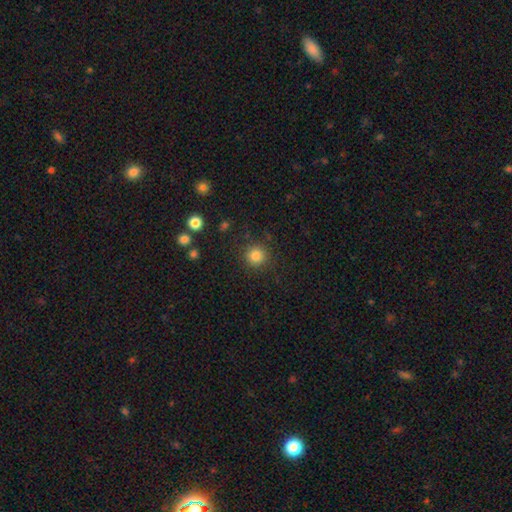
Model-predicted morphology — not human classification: This is clearly a smooth galaxy (84%). How rounded: clearly round (94%). Merging: clearly none (89%).